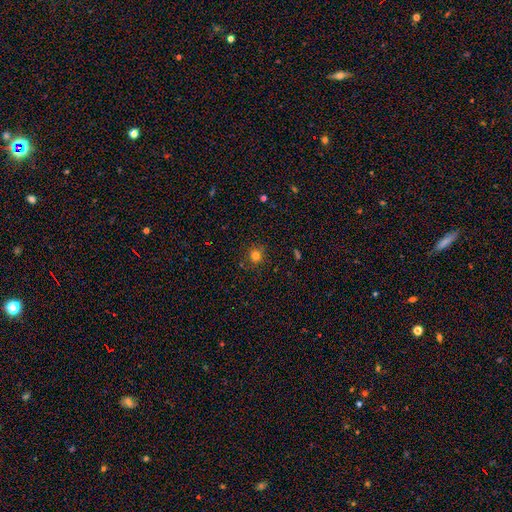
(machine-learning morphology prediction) A smooth galaxy with no disk features (79%) that is round (89%). Merging: none (86%).